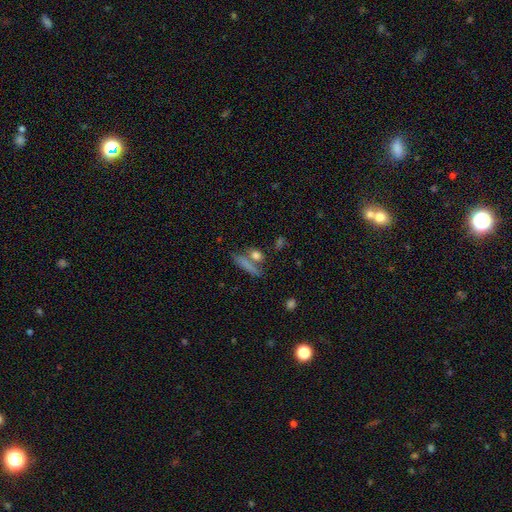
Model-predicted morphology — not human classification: Smooth or featured: smooth — 75% (featured or disk — 14%)
How rounded: in between — 43% (cigar-shaped — 35%)
Merging: none — 57% (merger — 25%)